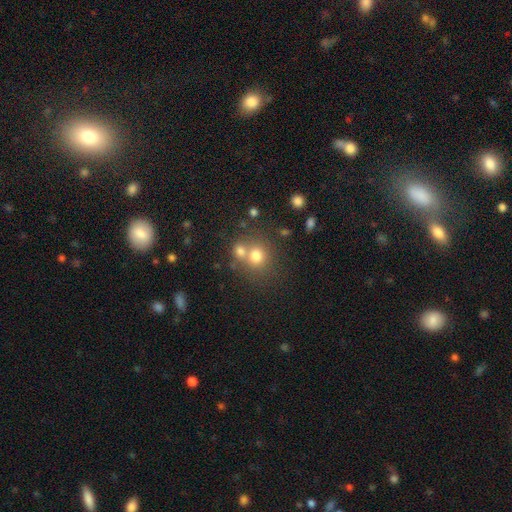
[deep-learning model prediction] Smooth or featured?
  - smooth: 74% *
  - star or artifact: 14%
  - featured or disk: 12%
How rounded?
  - round: 80% *
  - in between: 19%
  - cigar-shaped: 1%
Merging?
  - none: 47% *
  - merger: 41%
  - minor disturbance: 8%
  - major disturbance: 4%